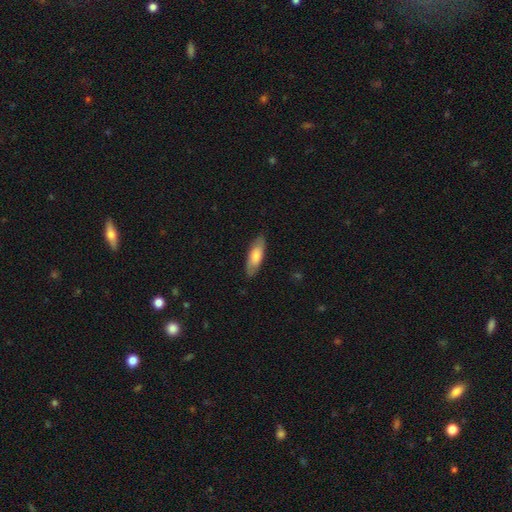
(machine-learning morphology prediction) The model was most divided on "how rounded": in between: 62%, cigar-shaped: 36%, round: 2%. More confident: merging — none (85%); smooth or featured — smooth (72%).